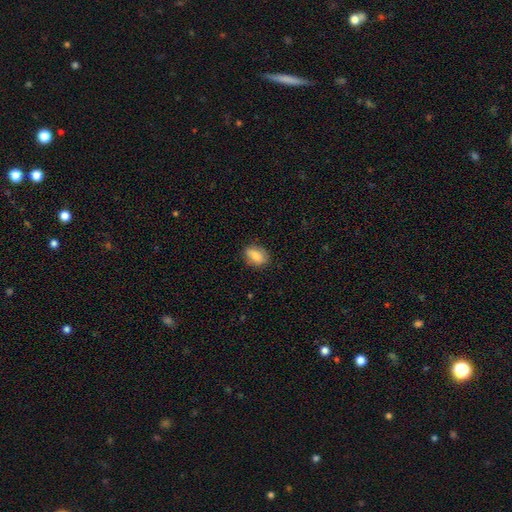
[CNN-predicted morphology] smooth-or-featured: smooth: 82% | featured or disk: 11% | star or artifact: 7%
  how-rounded: in between: 81% | round: 16% | cigar-shaped: 2%
  merging: none: 85% | minor disturbance: 12% | major disturbance: 3% | merger: 1%